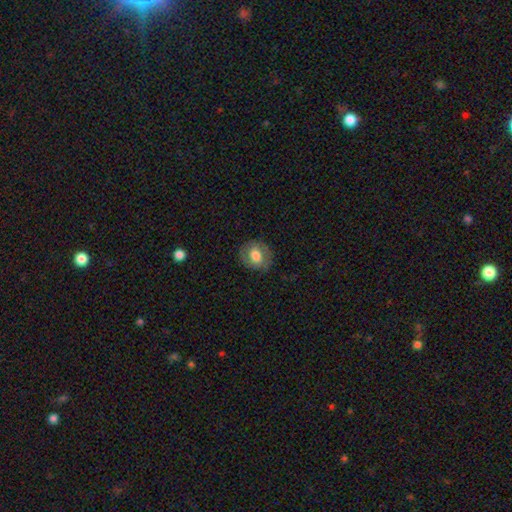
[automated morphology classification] Smooth or featured: smooth — 65% (featured or disk — 27%)
How rounded: round — 65% (in between — 34%)
Merging: none — 82% (minor disturbance — 13%)